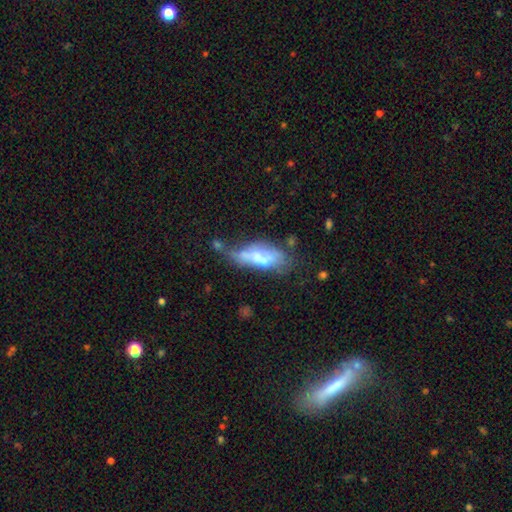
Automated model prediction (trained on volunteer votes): This appears to be a smooth galaxy with no disk features (47%). Merging: merger (32%).